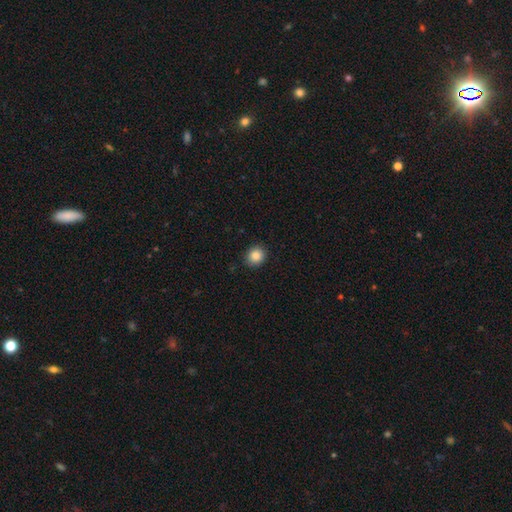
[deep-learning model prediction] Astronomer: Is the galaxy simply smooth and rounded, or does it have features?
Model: smooth — 86%.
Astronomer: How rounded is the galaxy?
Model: round — 77%.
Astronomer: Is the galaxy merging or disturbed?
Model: none — 90%.